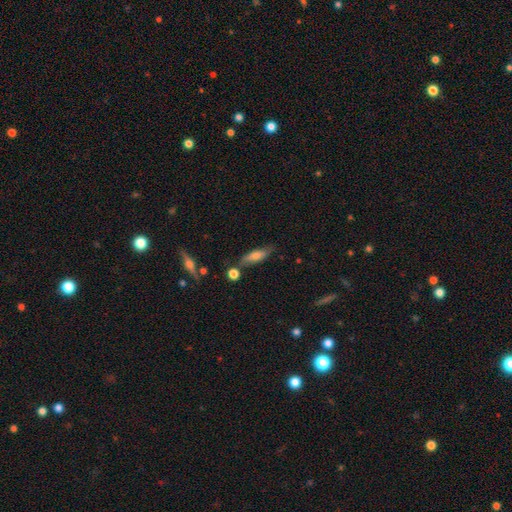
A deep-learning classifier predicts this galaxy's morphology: Smooth or featured: smooth — 57% (featured or disk — 35%)
How rounded: cigar-shaped — 58% (in between — 39%)
Merging: none — 71% (minor disturbance — 17%)